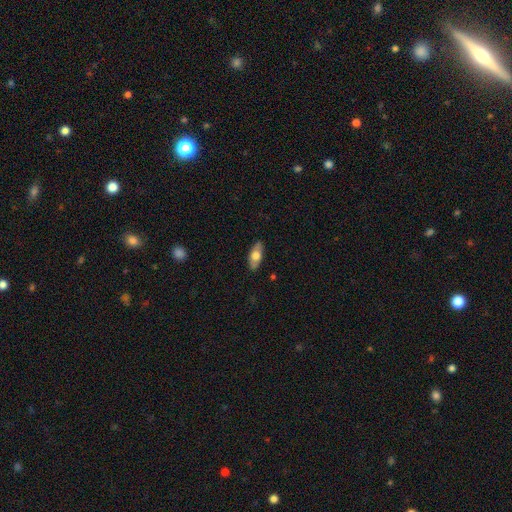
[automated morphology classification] smooth 61%, featured or disk 33%, star or artifact 6%. Down the decision tree: how rounded — in between (79%); merging — none (87%).